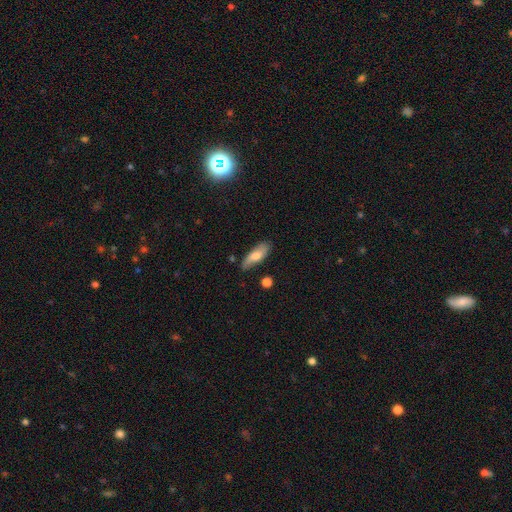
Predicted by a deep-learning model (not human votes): smooth 64%, featured or disk 29%, star or artifact 7%. Down the decision tree: how rounded — in between (62%); merging — none (71%).